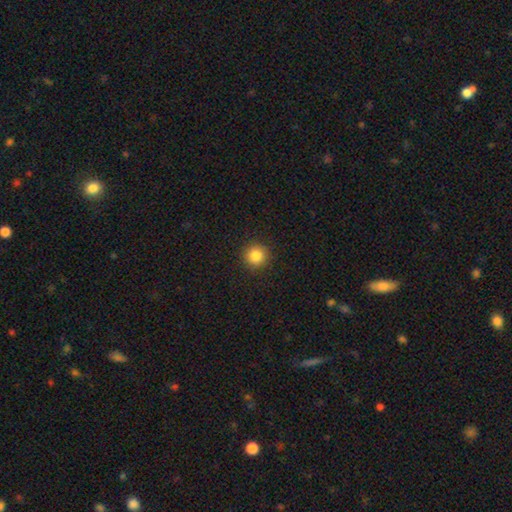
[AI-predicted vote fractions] Q: Smooth or featured?
A: smooth (84%); runner-up: star or artifact (11%)
Q: How rounded?
A: round (95%); runner-up: in between (4%)
Q: Merging?
A: none (92%); runner-up: minor disturbance (5%)